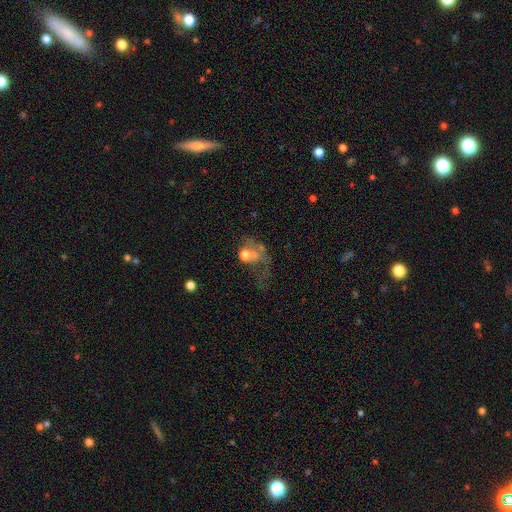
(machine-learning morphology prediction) This is marginally a featured or disk galaxy (41%). Merging: possibly major disturbance (47%).